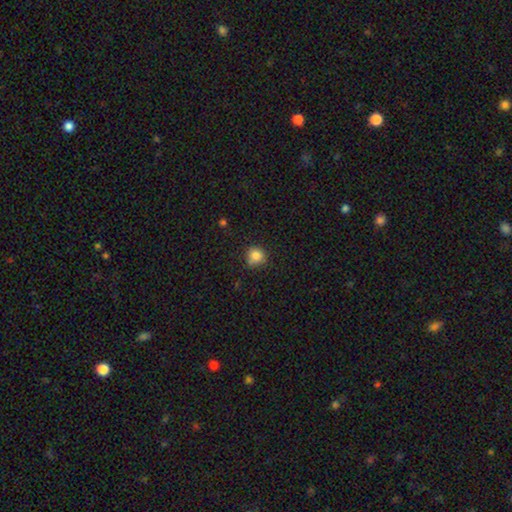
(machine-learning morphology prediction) A smooth galaxy with no disk features (85%) that is round (89%).

Vote fractions:
- Smooth or featured? smooth: 85% / star or artifact: 11% / featured or disk: 4%
- How rounded? round: 89% / in between: 10% / cigar-shaped: 1%
- Merging? none: 77% / minor disturbance: 17% / major disturbance: 3% / merger: 2%